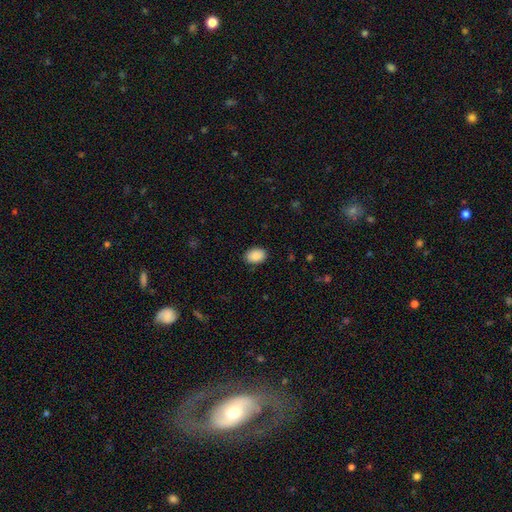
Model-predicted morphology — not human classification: Smooth or featured? smooth (90%)
How rounded? in between (80%)
Merging? none (88%)